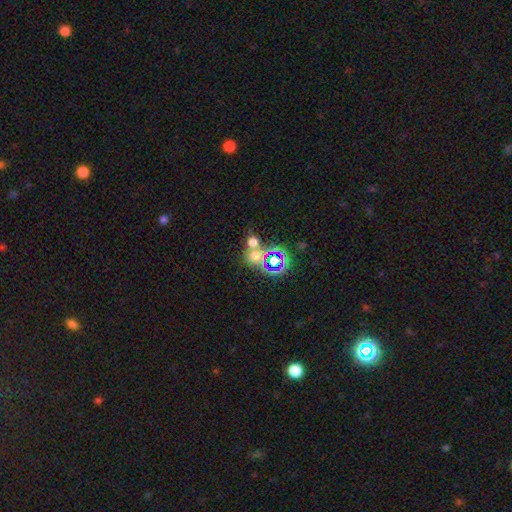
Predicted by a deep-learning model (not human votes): A smooth galaxy with no disk features (52%) that is round (72%). Merging: merger (44%).